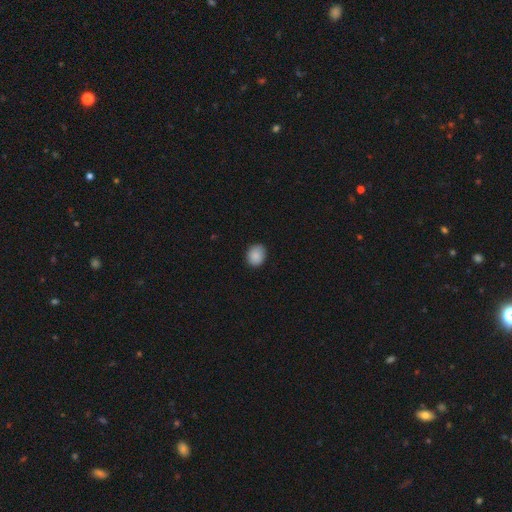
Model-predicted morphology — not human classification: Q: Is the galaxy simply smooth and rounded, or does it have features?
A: smooth — 89%.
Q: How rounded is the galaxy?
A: round — 58%.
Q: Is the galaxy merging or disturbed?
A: none — 87%.